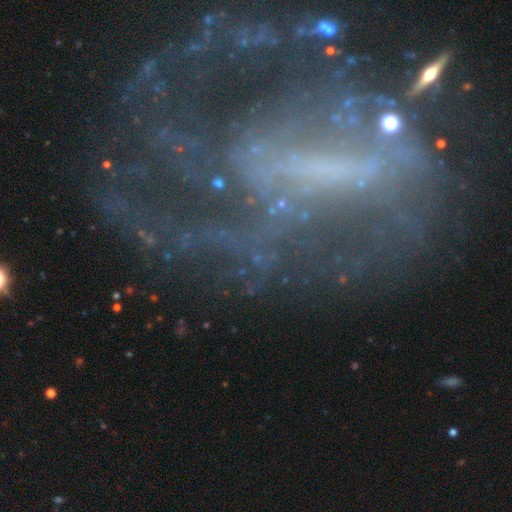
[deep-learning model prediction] A featured or disk galaxy (71%) with a strong bar (44%), spiral arms (75%) and a small central bulge (37%).

Vote fractions:
- Smooth or featured? featured or disk: 71% / star or artifact: 18% / smooth: 11%
- Edge-on disk? no: 91% / yes: 9%
- Bar? strong: 44% / weak: 28% / no: 27%
- Spiral arms? yes: 75% / no: 25%
- Bulge size? small: 37% / none: 35% / moderate: 20% / large: 5% / dominant: 3%
- Merging? none: 58% / major disturbance: 21% / minor disturbance: 16% / merger: 5%